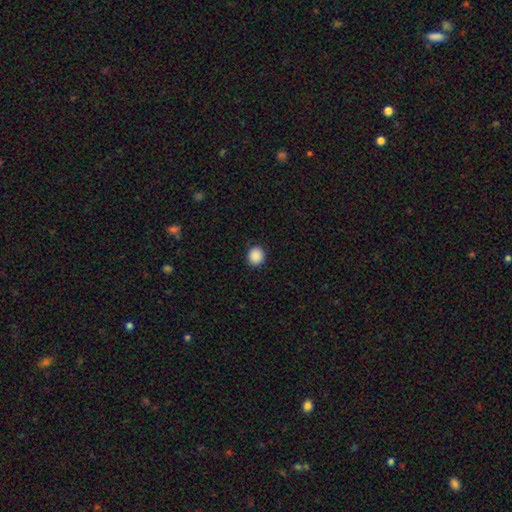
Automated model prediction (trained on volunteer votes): smooth 89%, star or artifact 9%, featured or disk 2%. Down the decision tree: how rounded — round (86%); merging — none (91%).